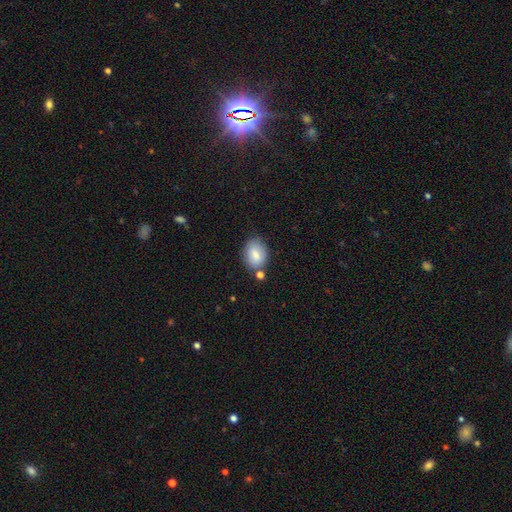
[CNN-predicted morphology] A smooth galaxy with no disk features (81%) that is in between round and cigar-shaped (70%). Merging: none (70%).